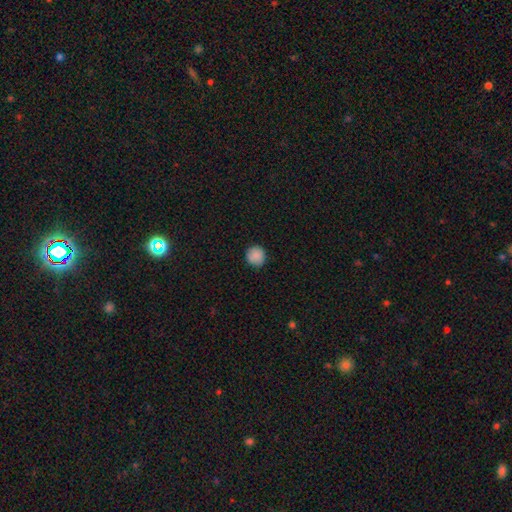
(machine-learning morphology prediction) Smooth or featured? Predicted: smooth (p=0.89). How rounded? Predicted: round (p=0.95). Merging? Predicted: none (p=0.91).